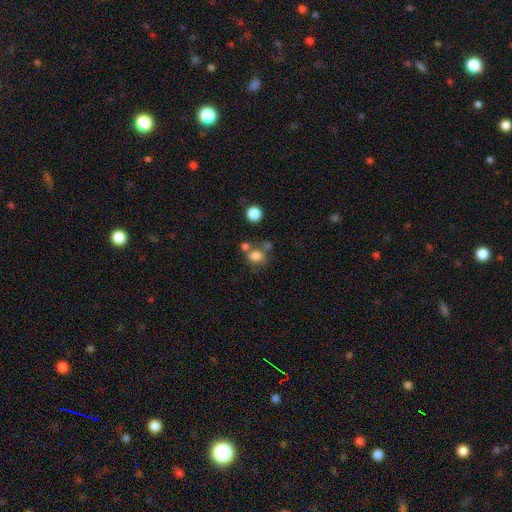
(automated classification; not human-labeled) smooth-or-featured: smooth: 74% | star or artifact: 13% | featured or disk: 13%
  how-rounded: round: 70% | in between: 29% | cigar-shaped: 1%
  merging: none: 47% | merger: 27% | minor disturbance: 15% | major disturbance: 10%